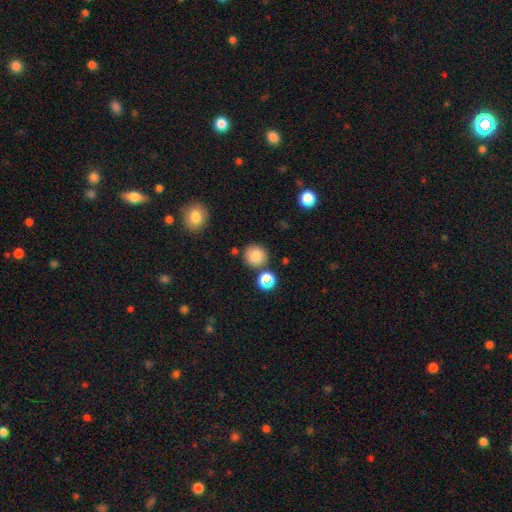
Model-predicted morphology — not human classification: Smooth or featured?
  - smooth: 82% *
  - star or artifact: 12%
  - featured or disk: 6%
How rounded?
  - round: 89% *
  - in between: 10%
  - cigar-shaped: 1%
Merging?
  - none: 80% *
  - minor disturbance: 10%
  - merger: 8%
  - major disturbance: 3%